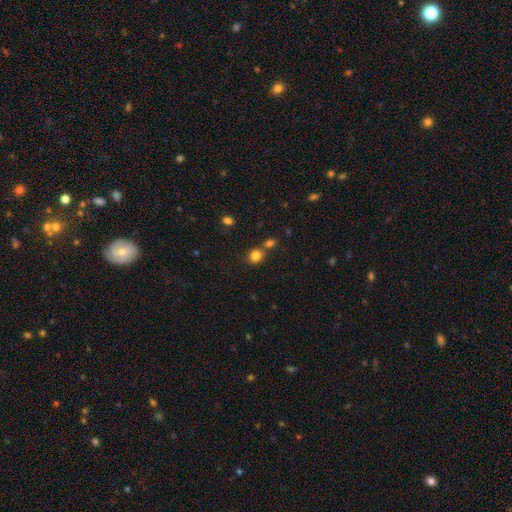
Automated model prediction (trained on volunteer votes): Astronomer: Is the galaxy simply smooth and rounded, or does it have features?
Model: smooth — 82%.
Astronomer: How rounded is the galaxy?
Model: round — 78%.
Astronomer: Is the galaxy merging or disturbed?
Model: none — 63%.